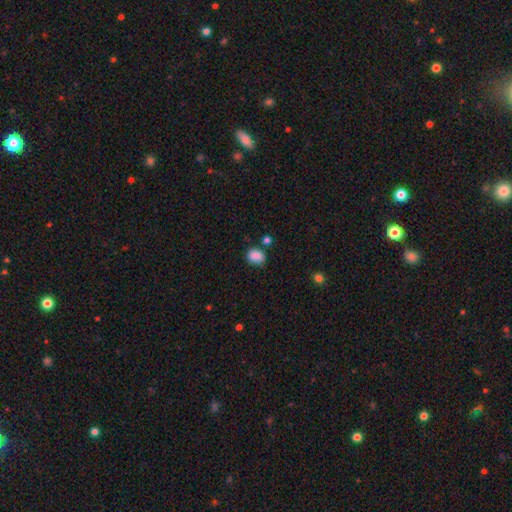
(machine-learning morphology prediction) smooth-or-featured: smooth: 85% | star or artifact: 10% | featured or disk: 5%
  how-rounded: in between: 62% | round: 37% | cigar-shaped: 1%
  merging: none: 66% | minor disturbance: 21% | merger: 8% | major disturbance: 5%